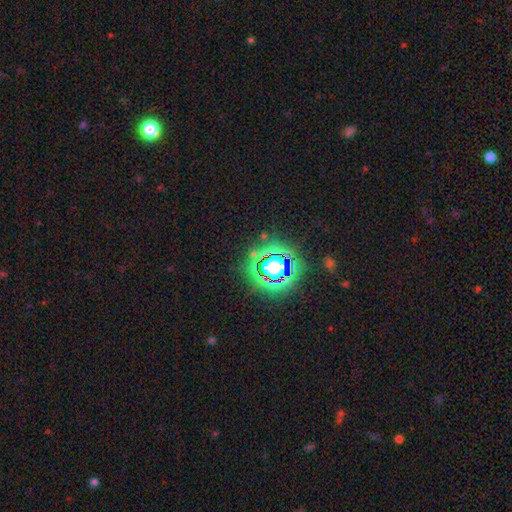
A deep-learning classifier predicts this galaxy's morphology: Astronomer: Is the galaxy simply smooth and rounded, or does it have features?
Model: star or artifact — 74%.